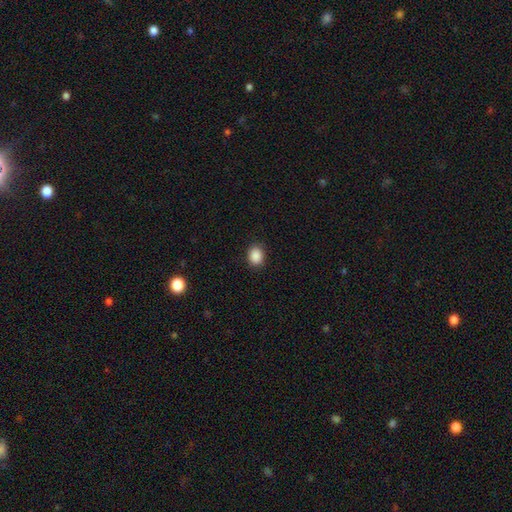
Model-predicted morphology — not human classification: smooth 89%, star or artifact 9%, featured or disk 3%. Down the decision tree: how rounded — round (54%); merging — none (88%).